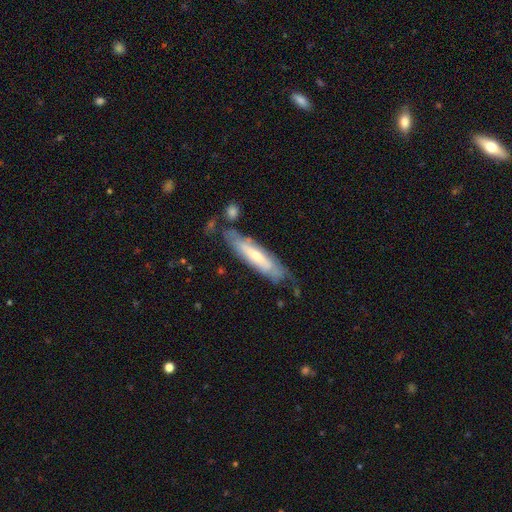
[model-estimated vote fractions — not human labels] smooth-or-featured: featured or disk: 59% | smooth: 35% | star or artifact: 6%
  disk-edge-on: no: 54% | yes: 46%
  merging: none: 62% | minor disturbance: 23% | major disturbance: 8% | merger: 6%